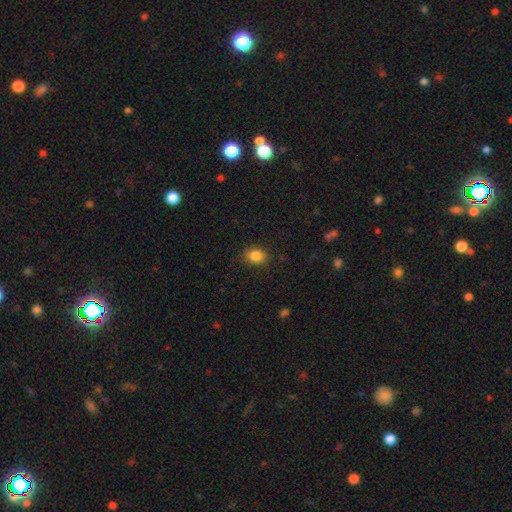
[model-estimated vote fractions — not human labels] A smooth galaxy with no disk features (85%) that is in between round and cigar-shaped (56%).

Vote fractions:
- Smooth or featured? smooth: 85% / star or artifact: 10% / featured or disk: 5%
- How rounded? in between: 56% / round: 43% / cigar-shaped: 1%
- Merging? none: 82% / minor disturbance: 14% / major disturbance: 3% / merger: 1%